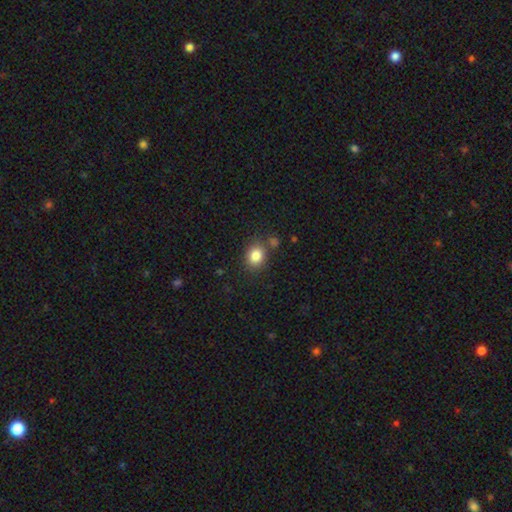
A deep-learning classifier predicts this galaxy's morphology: smooth_or_featured: smooth (p=0.84) [alt: star or artifact p=0.10]
how_rounded: round (p=0.55) [alt: in between p=0.44]
merging: none (p=0.75) [alt: minor disturbance p=0.13]